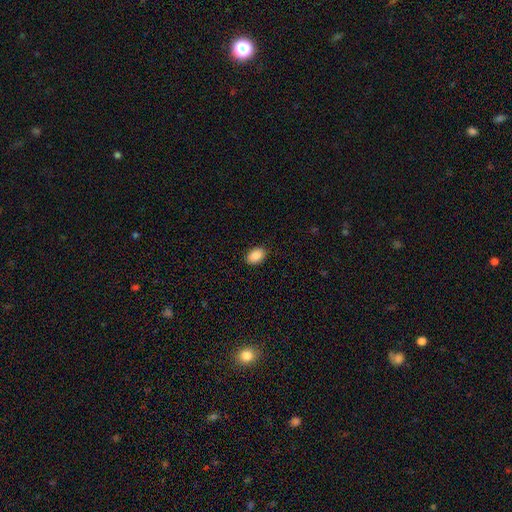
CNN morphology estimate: Smooth or featured: smooth — 89% (star or artifact — 7%)
How rounded: in between — 86% (round — 13%)
Merging: none — 89% (minor disturbance — 8%)